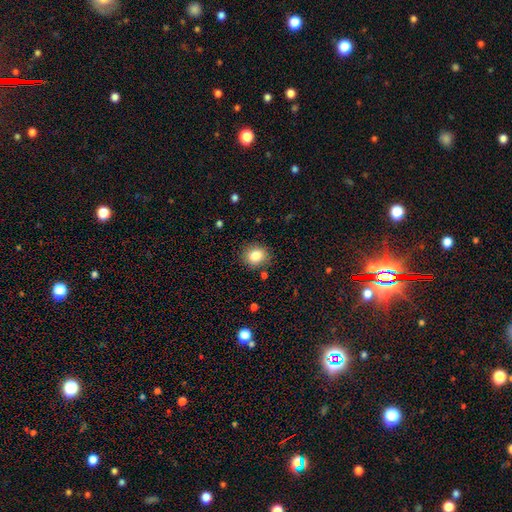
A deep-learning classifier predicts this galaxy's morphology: This is clearly a smooth galaxy (83%). How rounded: likely round (73%). Merging: clearly none (86%).